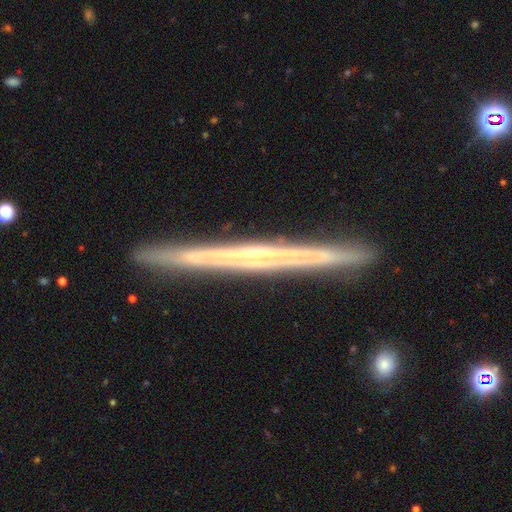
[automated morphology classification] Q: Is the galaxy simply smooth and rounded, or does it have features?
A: featured or disk — 78%.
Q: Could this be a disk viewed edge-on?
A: yes — 98%.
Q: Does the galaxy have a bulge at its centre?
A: none — 65%.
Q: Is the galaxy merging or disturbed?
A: none — 91%.